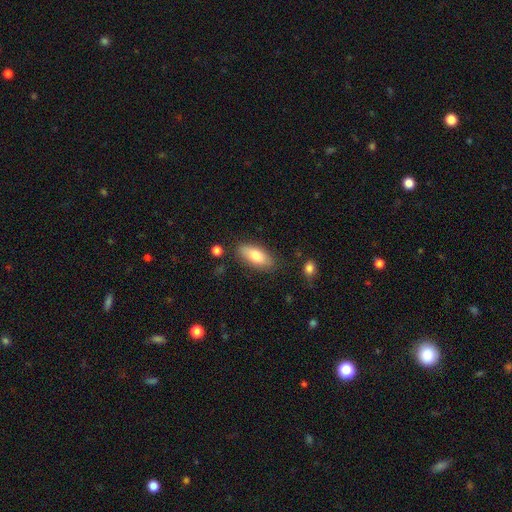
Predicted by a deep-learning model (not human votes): The model was most divided on "smooth or featured": smooth: 78%, featured or disk: 16%, star or artifact: 6%. More confident: how rounded — in between (82%); merging — none (81%).